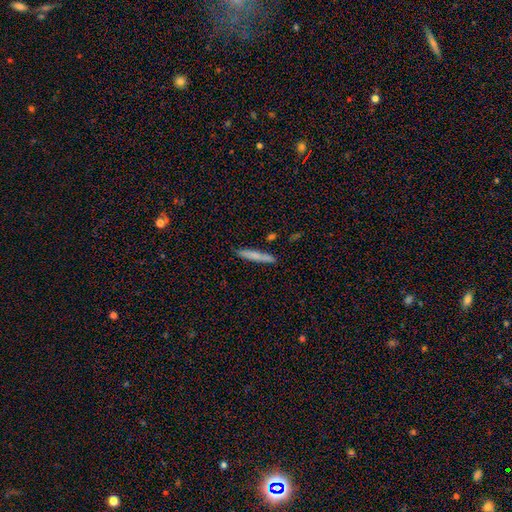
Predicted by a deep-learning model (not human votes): smooth-or-featured: smooth: 70% | featured or disk: 23% | star or artifact: 7%
  how-rounded: cigar-shaped: 95% | in between: 4% | round: 1%
  merging: none: 86% | minor disturbance: 9% | merger: 3% | major disturbance: 2%